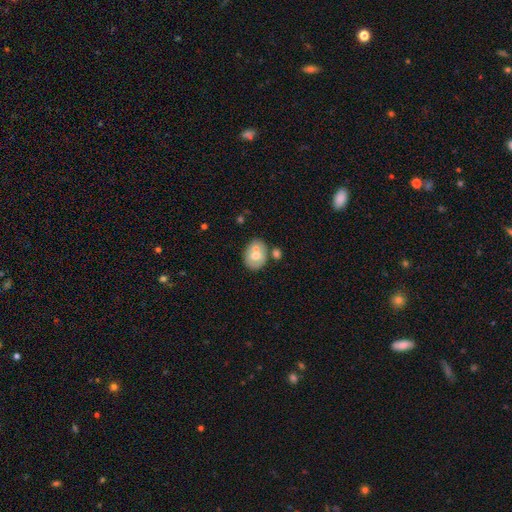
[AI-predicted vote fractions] This is possibly a smooth galaxy (59%). How rounded: possibly in between (54%). Merging: possibly none (49%).